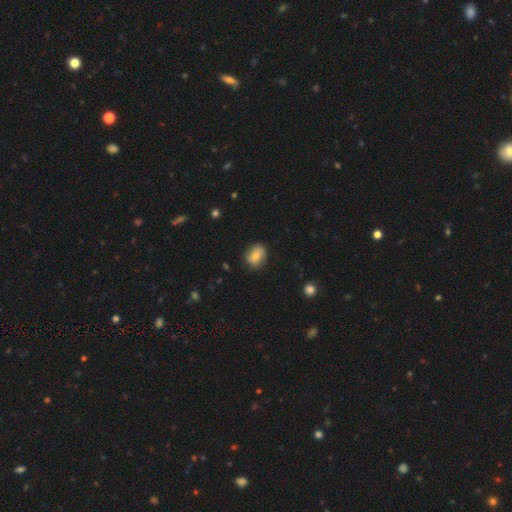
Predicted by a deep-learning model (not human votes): smooth-or-featured: smooth: 75% | featured or disk: 16% | star or artifact: 8%
  how-rounded: round: 50% | in between: 49% | cigar-shaped: 1%
  merging: none: 79% | minor disturbance: 16% | major disturbance: 3% | merger: 1%